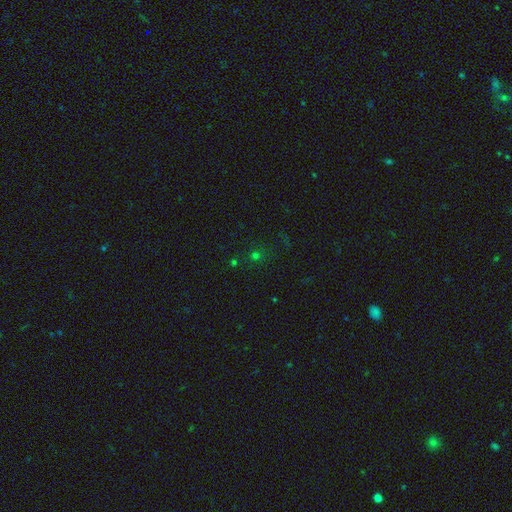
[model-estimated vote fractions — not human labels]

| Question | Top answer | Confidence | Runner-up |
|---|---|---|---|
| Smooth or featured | smooth | 48% | star or artifact (45%) |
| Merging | none | 78% | minor disturbance (10%) |